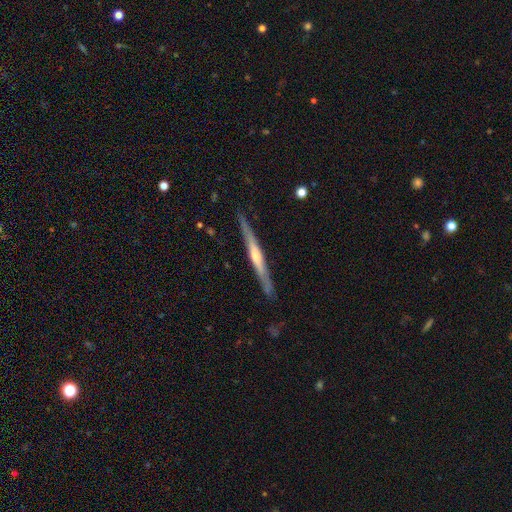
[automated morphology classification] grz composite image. It shows a featured or disk galaxy (72%) viewed edge-on (97%) with a rounded central bulge (66%). Merging: none (88%).